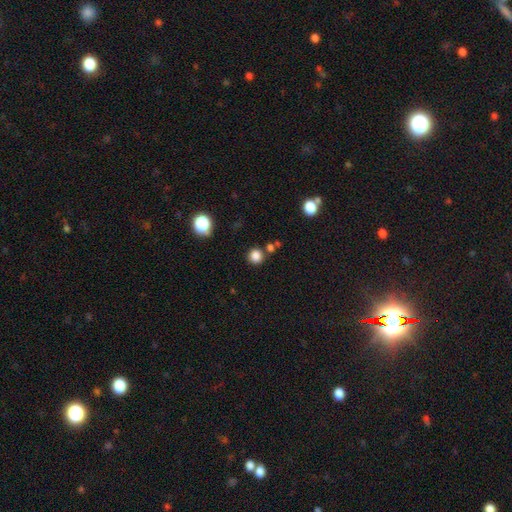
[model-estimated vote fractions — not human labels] This is clearly a smooth galaxy (83%). How rounded: clearly round (92%). Merging: clearly none (81%).